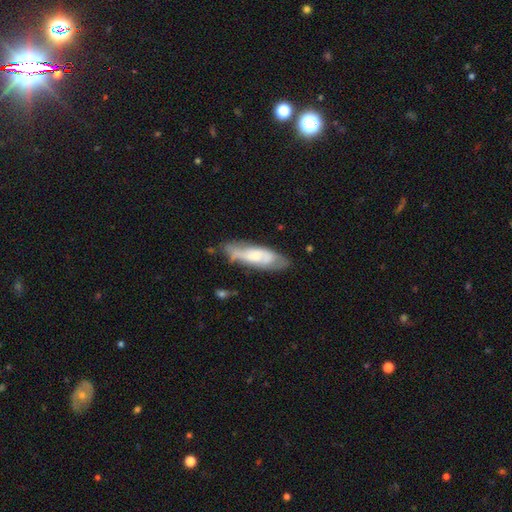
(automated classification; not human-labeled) The model was most divided on "smooth or featured": featured or disk: 48%, smooth: 46%, star or artifact: 6%. More confident: merging — none (65%).